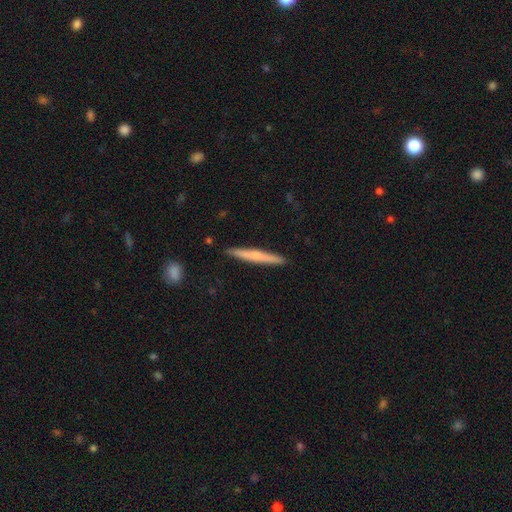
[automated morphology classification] type=smooth (53%); roundness=cigar-shaped (96%); merging=none (90%).